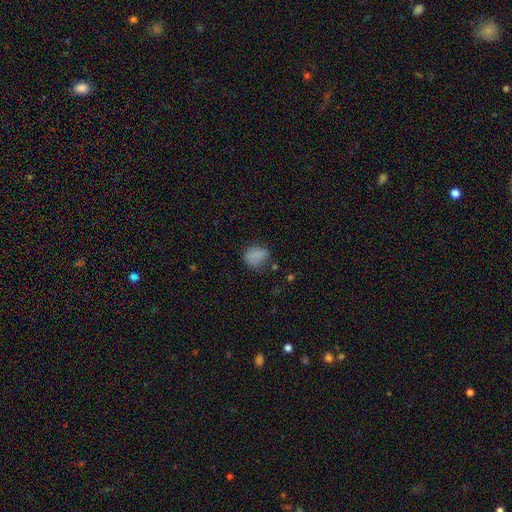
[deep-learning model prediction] Smooth or featured?
  - smooth: 82% *
  - star or artifact: 12%
  - featured or disk: 6%
How rounded?
  - in between: 50% *
  - round: 48%
  - cigar-shaped: 2%
Merging?
  - none: 68% *
  - minor disturbance: 22%
  - major disturbance: 8%
  - merger: 2%